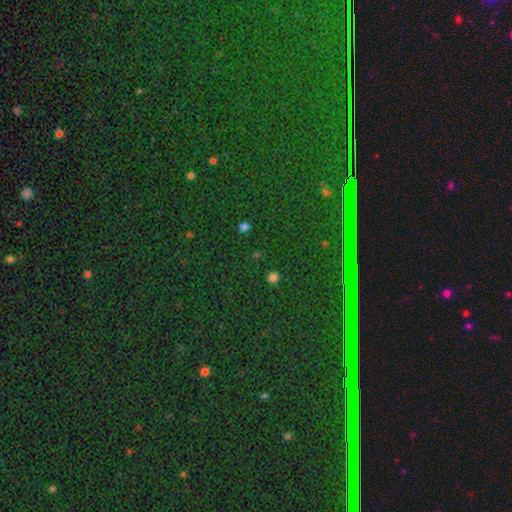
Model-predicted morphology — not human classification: Smooth or featured?
  - star or artifact: 83% *
  - smooth: 9%
  - featured or disk: 7%